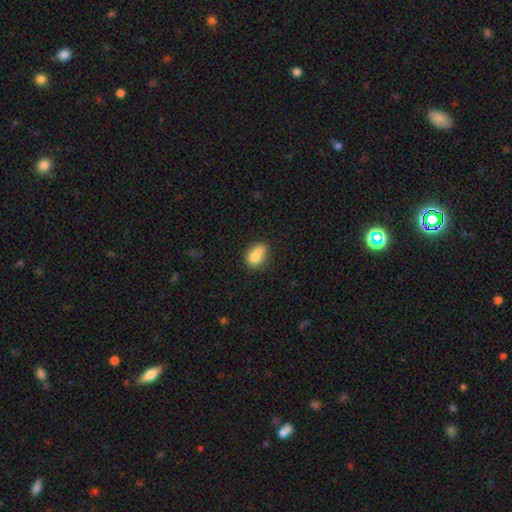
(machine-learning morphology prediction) type=smooth (79%); roundness=in between (73%); merging=none (49%).